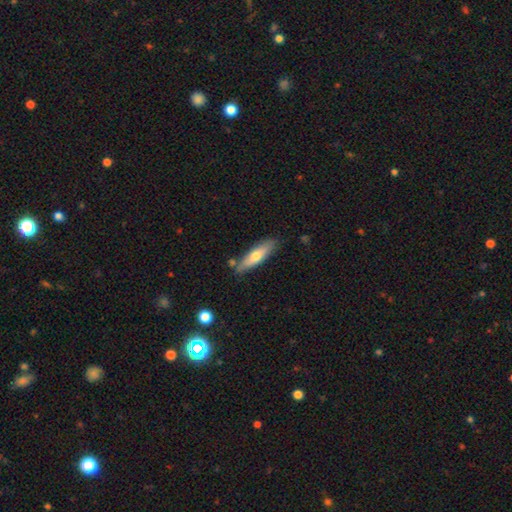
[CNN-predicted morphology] Q: Smooth or featured?
A: smooth (61%); runner-up: featured or disk (33%)
Q: How rounded?
A: cigar-shaped (64%); runner-up: in between (34%)
Q: Merging?
A: none (77%); runner-up: minor disturbance (15%)